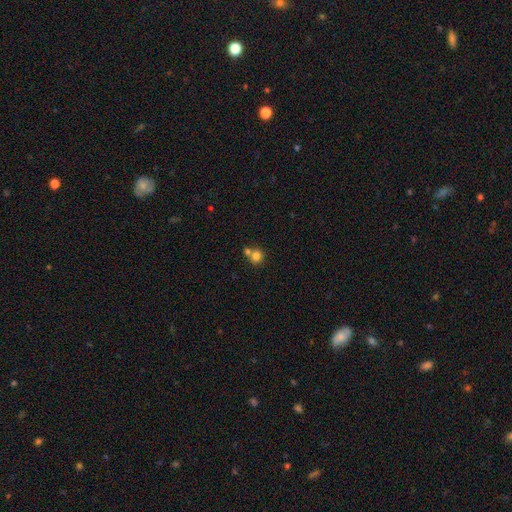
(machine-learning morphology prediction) The model was most divided on "merging": none: 48%, merger: 41%, minor disturbance: 8%, major disturbance: 3%. More confident: how rounded — round (86%); smooth or featured — smooth (79%).